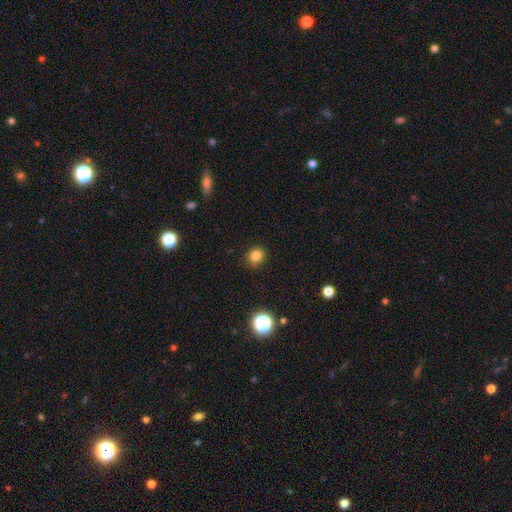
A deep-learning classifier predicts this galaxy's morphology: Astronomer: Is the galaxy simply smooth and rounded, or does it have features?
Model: smooth — 82%.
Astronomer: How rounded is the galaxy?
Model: round — 74%.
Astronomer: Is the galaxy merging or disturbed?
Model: none — 84%.